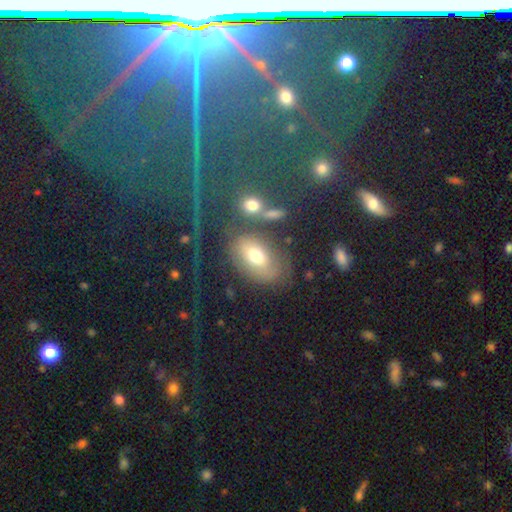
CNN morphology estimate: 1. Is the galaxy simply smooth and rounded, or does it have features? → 56% smooth, 33% featured or disk, 12% star or artifact.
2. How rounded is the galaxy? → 80% in between, 18% round, 2% cigar-shaped.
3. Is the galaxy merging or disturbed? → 46% none, 19% merger, 18% major disturbance, 16% minor disturbance.